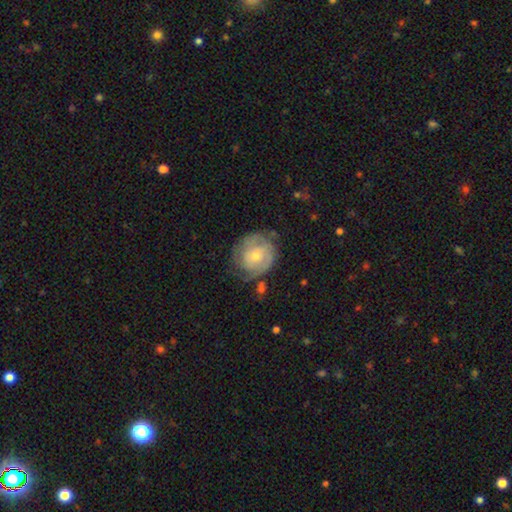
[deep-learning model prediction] smooth-or-featured: featured or disk: 67% | smooth: 27% | star or artifact: 6%
  disk-edge-on: no: 97% | yes: 3%
    bar: no: 72% | weak: 24% | strong: 4%
    has-spiral-arms: yes: 83% | no: 17%
      spiral-winding: tight: 66% | medium: 26% | loose: 9%
      spiral-arm-count: 2: 41% | can't tell: 37% | 3: 10% | 1: 5% | 4: 4% | more than 4: 3%
    bulge-size: small: 49% | moderate: 47% | large: 2% | none: 1% | dominant: 1%
  merging: none: 65% | minor disturbance: 22% | major disturbance: 9% | merger: 4%